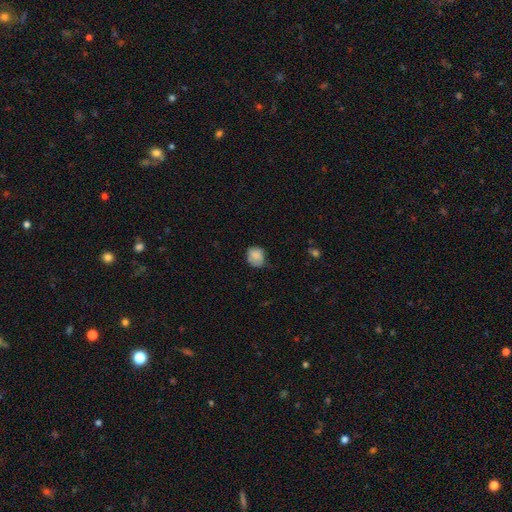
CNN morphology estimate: Smooth or featured: smooth — 80% (featured or disk — 12%)
How rounded: round — 61% (in between — 38%)
Merging: none — 55% (minor disturbance — 33%)